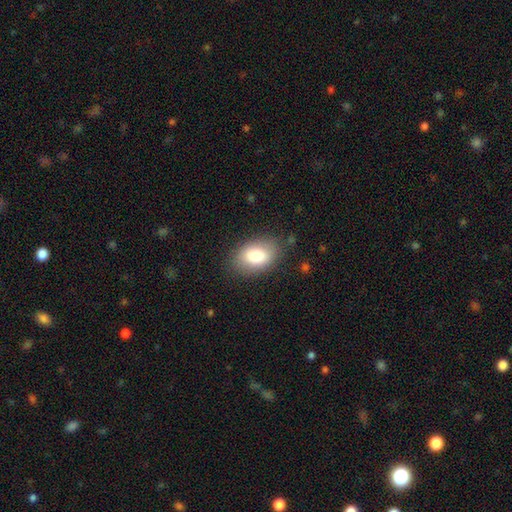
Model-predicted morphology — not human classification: smooth-or-featured: smooth: 79% | featured or disk: 13% | star or artifact: 8%
  how-rounded: in between: 86% | round: 12% | cigar-shaped: 1%
  merging: none: 82% | minor disturbance: 13% | major disturbance: 4% | merger: 1%